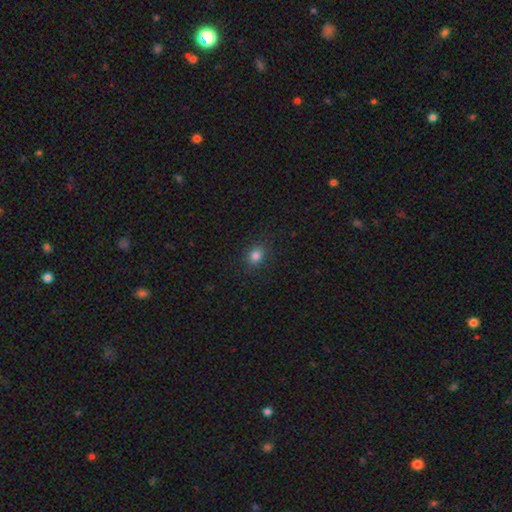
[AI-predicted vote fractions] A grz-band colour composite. It shows a smooth galaxy with no disk features (83%) that is round (51%). Merging: none (87%).